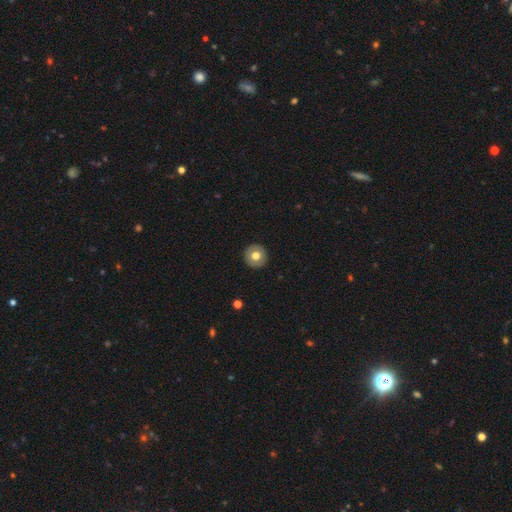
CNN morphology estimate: type=smooth (68%); roundness=round (94%); merging=none (91%).